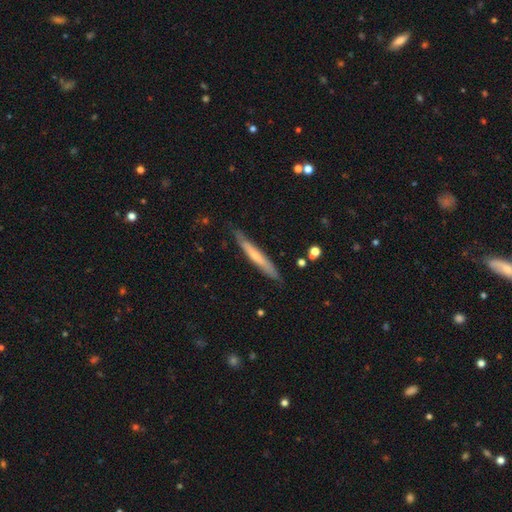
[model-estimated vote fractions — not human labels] Overall: smooth (51%; featured or disk 44%). How rounded: cigar-shaped (95%). Merging: none (84%).